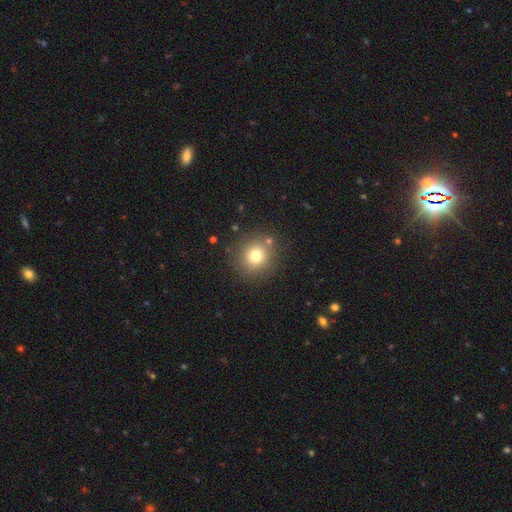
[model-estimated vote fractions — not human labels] Smooth or featured? smooth (75%)
How rounded? round (91%)
Merging? none (84%)